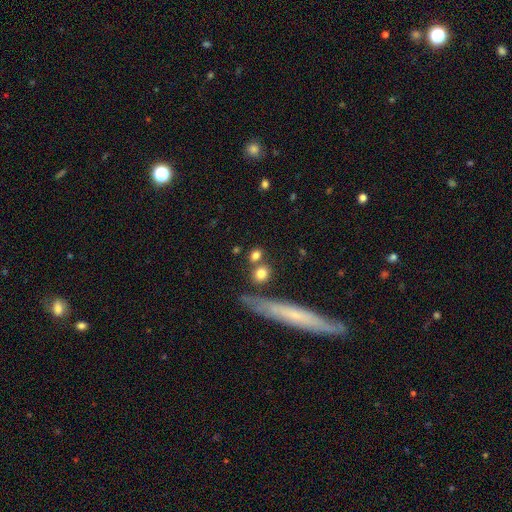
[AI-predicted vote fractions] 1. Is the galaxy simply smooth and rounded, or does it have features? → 78% smooth, 11% featured or disk, 10% star or artifact.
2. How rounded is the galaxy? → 58% round, 35% in between, 7% cigar-shaped.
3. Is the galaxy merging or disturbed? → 66% none, 19% merger, 10% minor disturbance, 5% major disturbance.